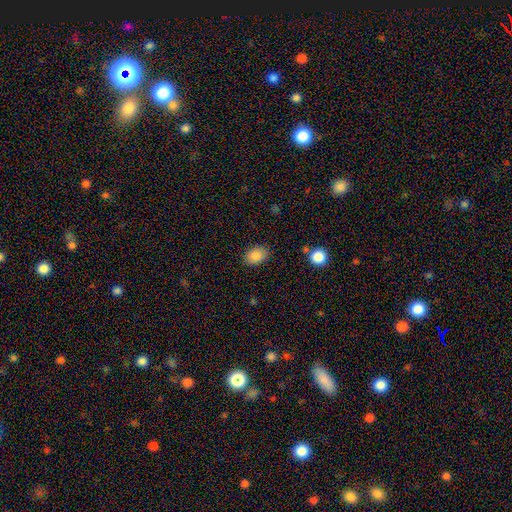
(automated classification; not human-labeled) Morphology: type=smooth (87%); roundness=in between (82%); merging=none (85%).